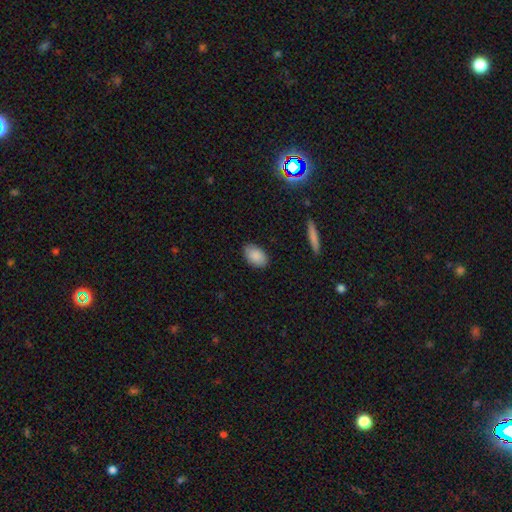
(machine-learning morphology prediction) Smooth or featured?
  - smooth: 89% *
  - star or artifact: 7%
  - featured or disk: 5%
How rounded?
  - in between: 92% *
  - round: 6%
  - cigar-shaped: 1%
Merging?
  - none: 86% *
  - minor disturbance: 10%
  - major disturbance: 2%
  - merger: 1%